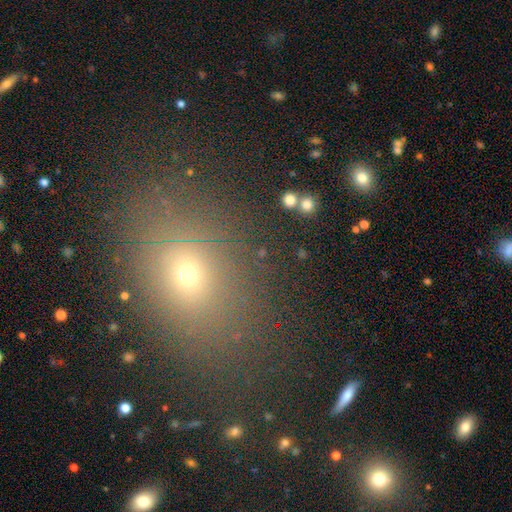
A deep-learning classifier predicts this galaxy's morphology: Overall: smooth (62%; star or artifact 26%). How rounded: in between (63%; round 34%). Merging: none (81%).